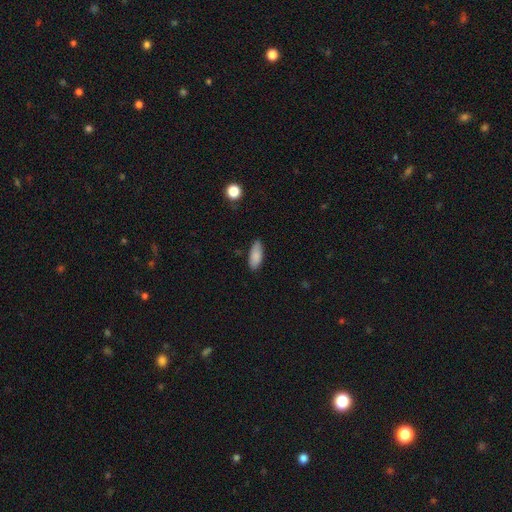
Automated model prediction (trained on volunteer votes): smooth_or_featured: smooth (p=0.86) [alt: featured or disk p=0.07]
how_rounded: in between (p=0.79) [alt: cigar-shaped p=0.19]
merging: none (p=0.80) [alt: minor disturbance p=0.16]